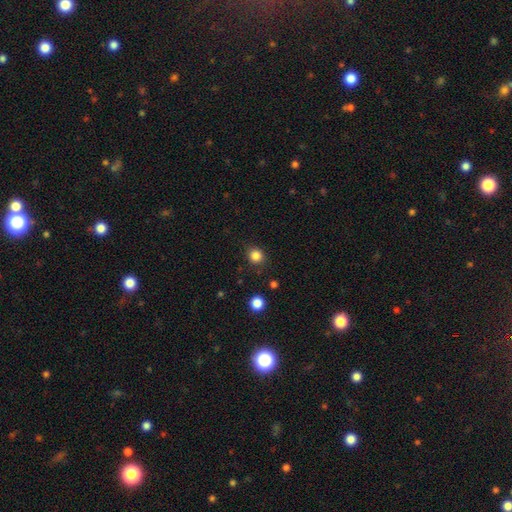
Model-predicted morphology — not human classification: Q: Smooth or featured?
A: smooth (84%); runner-up: star or artifact (12%)
Q: How rounded?
A: round (85%); runner-up: in between (14%)
Q: Merging?
A: none (86%); runner-up: minor disturbance (10%)